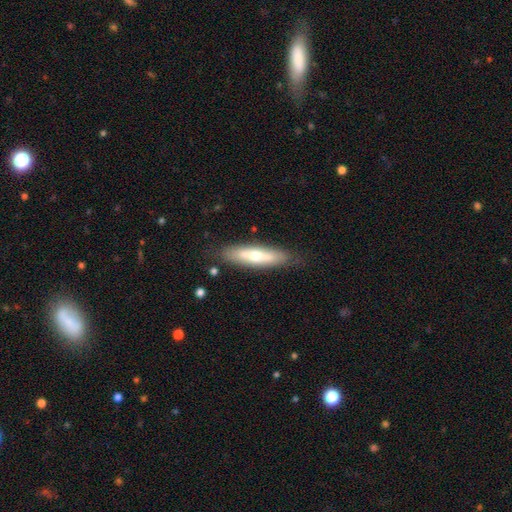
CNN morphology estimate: Smooth or featured?
  - smooth: 56% *
  - featured or disk: 38%
  - star or artifact: 6%
How rounded?
  - cigar-shaped: 65% *
  - in between: 33%
  - round: 2%
Merging?
  - none: 80% *
  - minor disturbance: 14%
  - major disturbance: 4%
  - merger: 2%